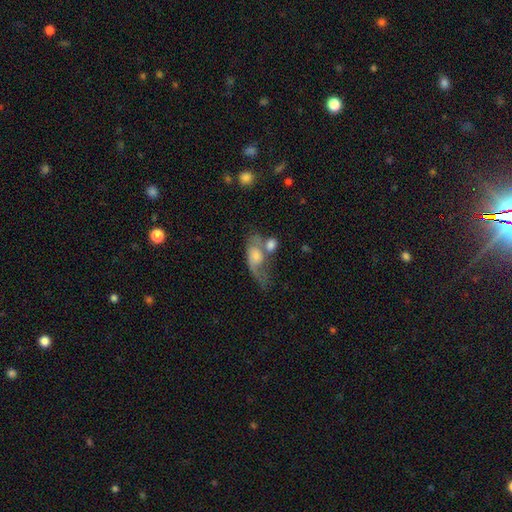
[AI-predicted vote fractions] This appears to be a featured or disk galaxy (55%). Merging: merger (30%).